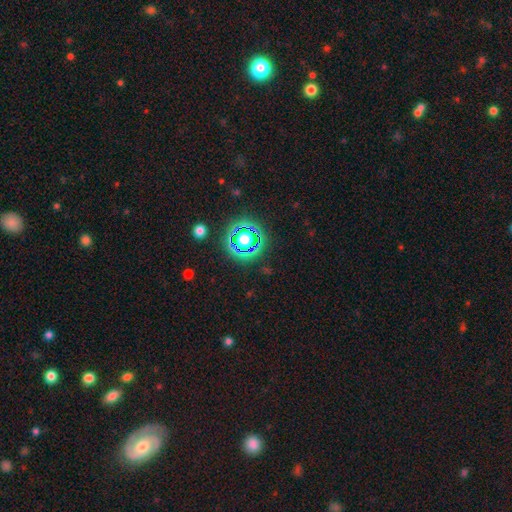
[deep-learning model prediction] star or artifact 78%, smooth 14%, featured or disk 8%.